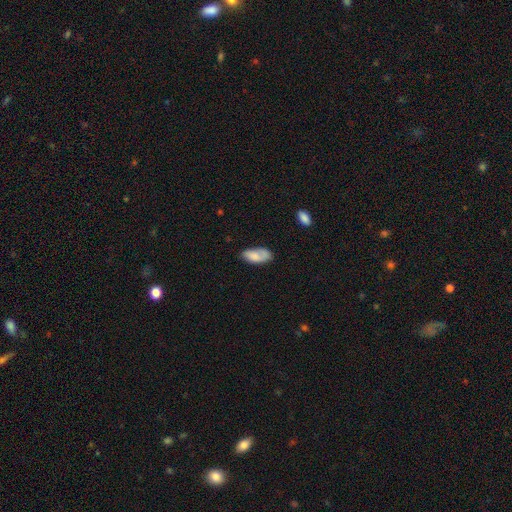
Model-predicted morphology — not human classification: Smooth or featured?
  - smooth: 77% *
  - featured or disk: 16%
  - star or artifact: 7%
How rounded?
  - in between: 91% *
  - cigar-shaped: 7%
  - round: 2%
Merging?
  - none: 58% *
  - minor disturbance: 28%
  - major disturbance: 10%
  - merger: 4%